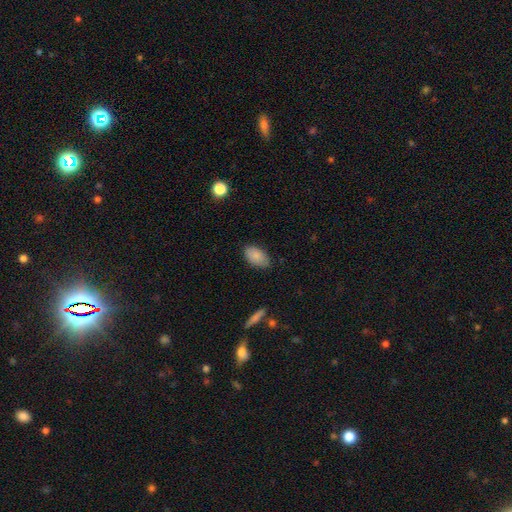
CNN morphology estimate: The model was most divided on "merging": none: 83%, minor disturbance: 14%, major disturbance: 3%, merger: 1%. More confident: how rounded — in between (93%); smooth or featured — smooth (86%).